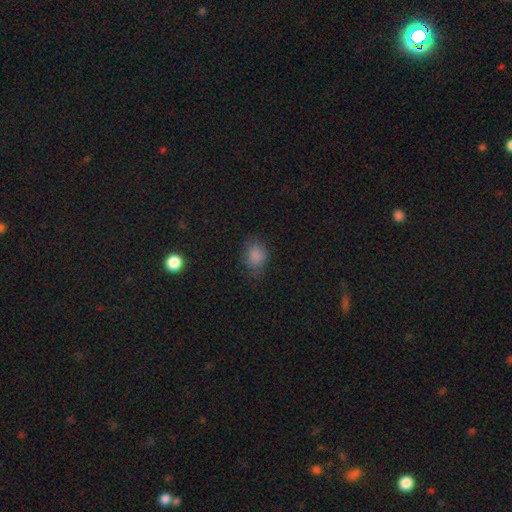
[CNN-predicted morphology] This appears to be a smooth galaxy with no disk features (83%) that is in between round and cigar-shaped (55%). Merging: none (66%).